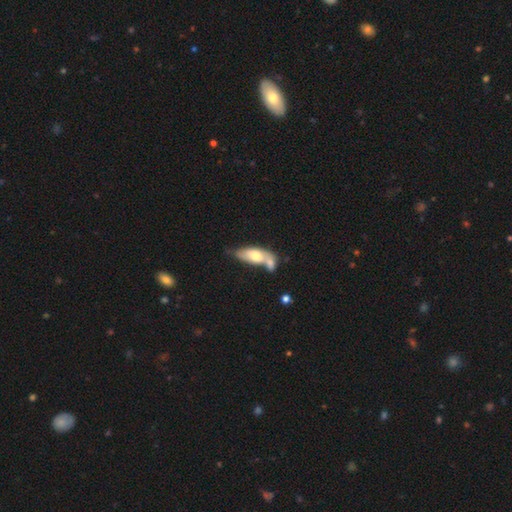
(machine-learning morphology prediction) Q: Smooth or featured?
A: smooth (63%); runner-up: featured or disk (31%)
Q: How rounded?
A: in between (77%); runner-up: cigar-shaped (19%)
Q: Merging?
A: merger (56%); runner-up: none (23%)